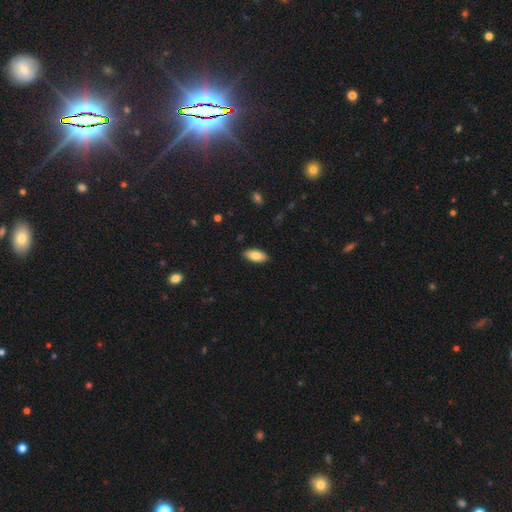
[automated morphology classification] type=smooth (84%); roundness=in between (90%); merging=none (89%).